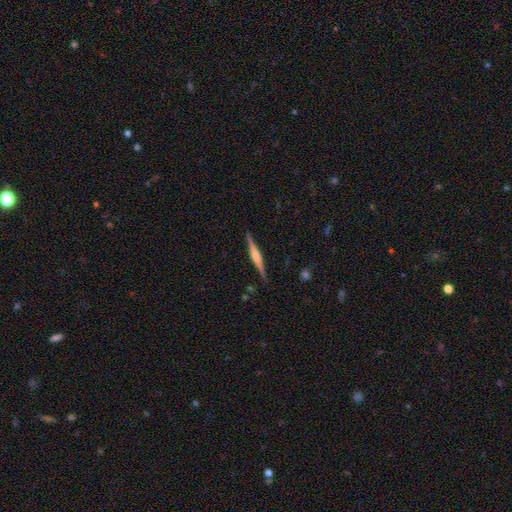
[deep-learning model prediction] The model was most divided on "edge-on bulge": rounded: 67%, boxy: 23%, none: 10%. More confident: edge-on disk — yes (98%); merging — none (90%); smooth or featured — featured or disk (73%).